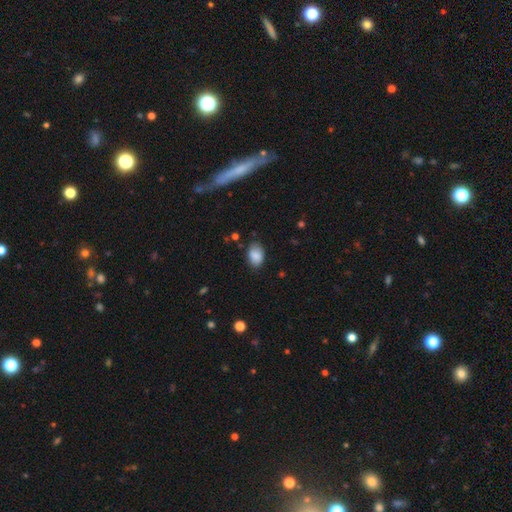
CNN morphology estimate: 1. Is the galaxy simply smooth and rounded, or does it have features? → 86% smooth, 7% star or artifact, 6% featured or disk.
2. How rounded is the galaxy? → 85% in between, 13% round, 1% cigar-shaped.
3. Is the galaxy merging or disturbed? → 77% none, 18% minor disturbance, 4% major disturbance, 1% merger.